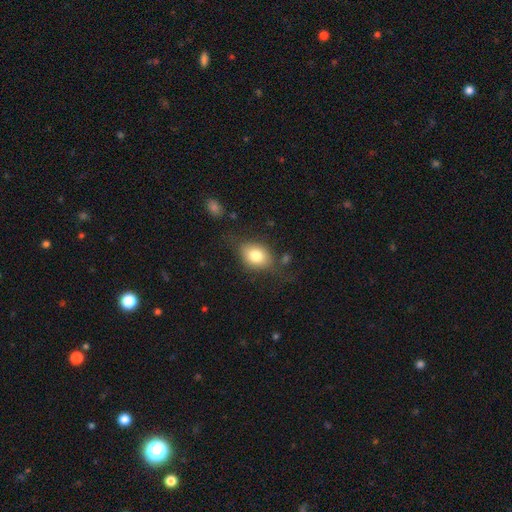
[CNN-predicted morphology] The model was most divided on "how rounded": in between: 67%, round: 31%, cigar-shaped: 2%. More confident: smooth or featured — smooth (77%); merging — none (66%).